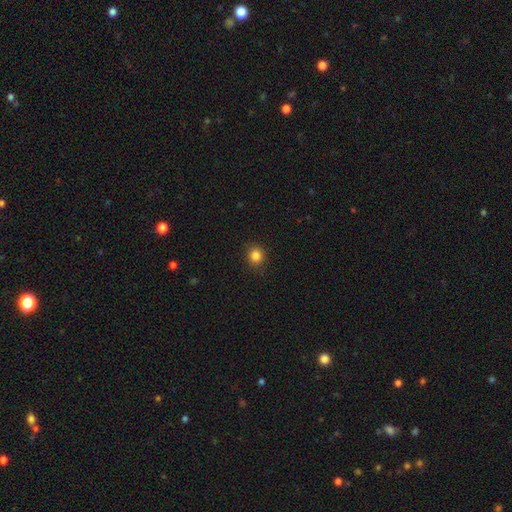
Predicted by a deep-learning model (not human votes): This appears to be a smooth galaxy with no disk features (84%) that is round (82%). Merging: none (89%).